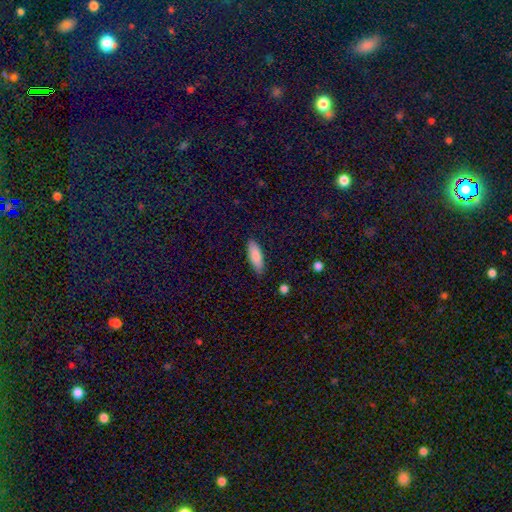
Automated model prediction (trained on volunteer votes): Smooth or featured? smooth (85%)
How rounded? in between (59%)
Merging? none (83%)